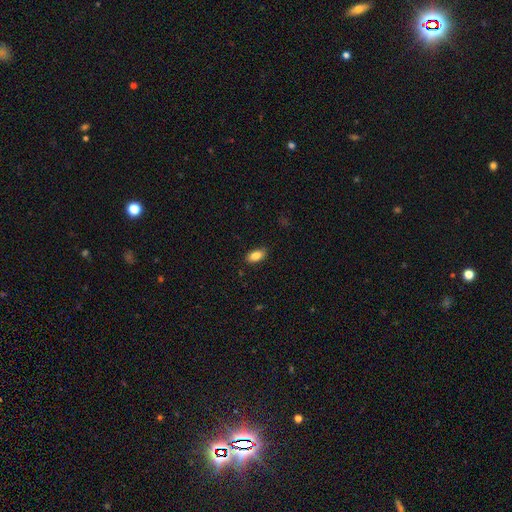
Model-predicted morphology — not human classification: smooth_or_featured: smooth (p=0.85) [alt: star or artifact p=0.08]
how_rounded: in between (p=0.91) [alt: round p=0.05]
merging: none (p=0.85) [alt: minor disturbance p=0.11]